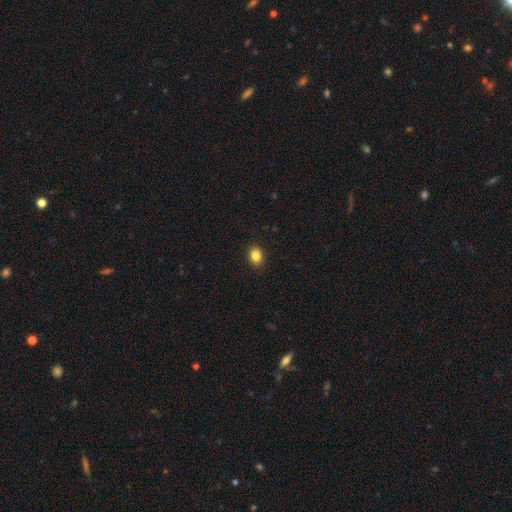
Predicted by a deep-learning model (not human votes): Smooth or featured? Predicted: smooth (p=0.85). How rounded? Predicted: in between (p=0.57). Merging? Predicted: none (p=0.91).